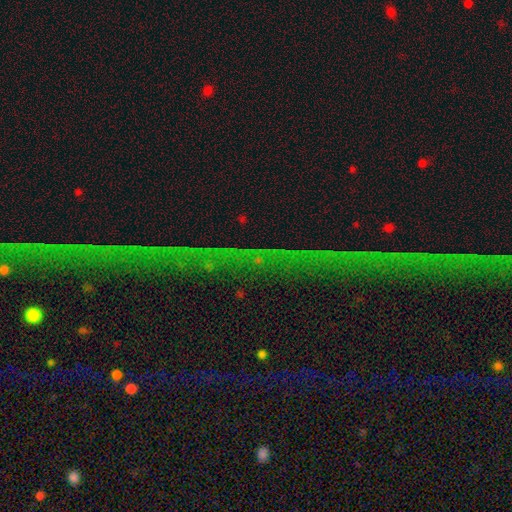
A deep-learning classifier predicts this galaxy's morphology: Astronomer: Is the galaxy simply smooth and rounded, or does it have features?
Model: star or artifact — 85%.